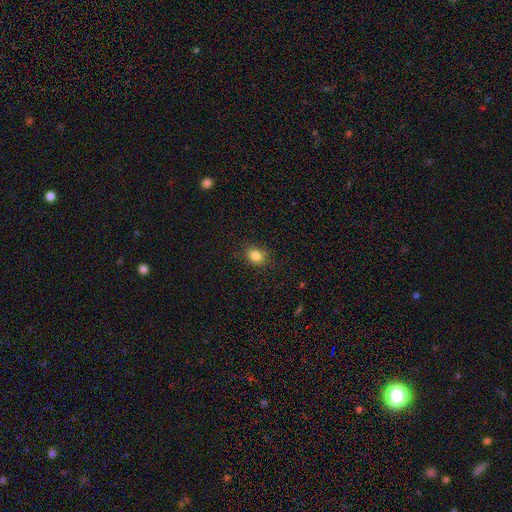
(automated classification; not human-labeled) Smooth or featured? Predicted: smooth (p=0.84). How rounded? Predicted: round (p=0.52). Merging? Predicted: none (p=0.85).